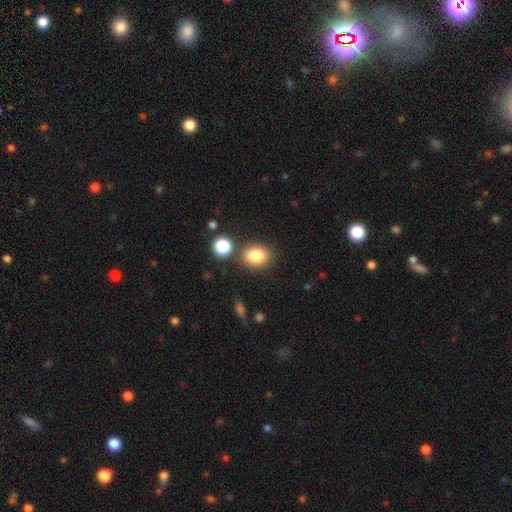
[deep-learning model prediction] Smooth or featured? smooth (83%)
How rounded? in between (58%)
Merging? none (77%)